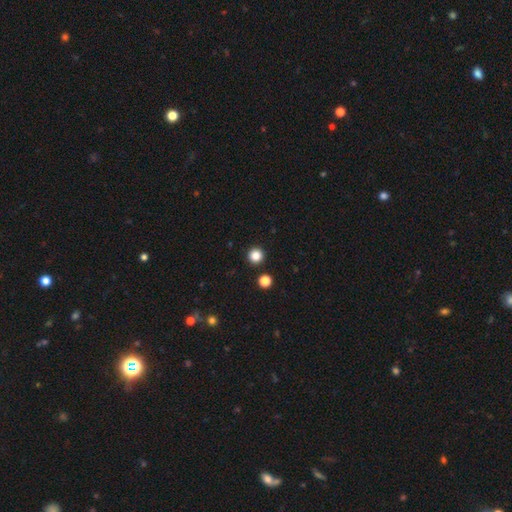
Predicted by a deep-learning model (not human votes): Morphology: type=smooth (85%); roundness=round (96%); merging=none (92%).